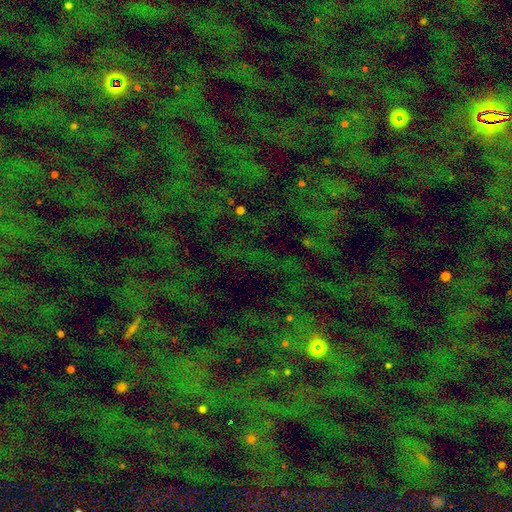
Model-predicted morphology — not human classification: star or artifact 71%, smooth 20%, featured or disk 9%.